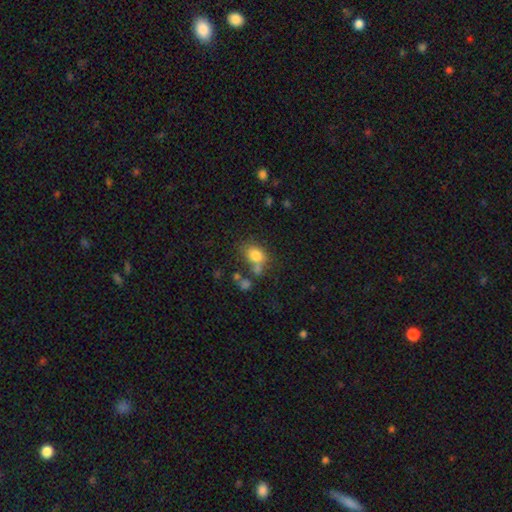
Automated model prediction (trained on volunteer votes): Q: Smooth or featured?
A: smooth (78%); runner-up: star or artifact (11%)
Q: How rounded?
A: in between (68%); runner-up: round (31%)
Q: Merging?
A: none (50%); runner-up: merger (23%)